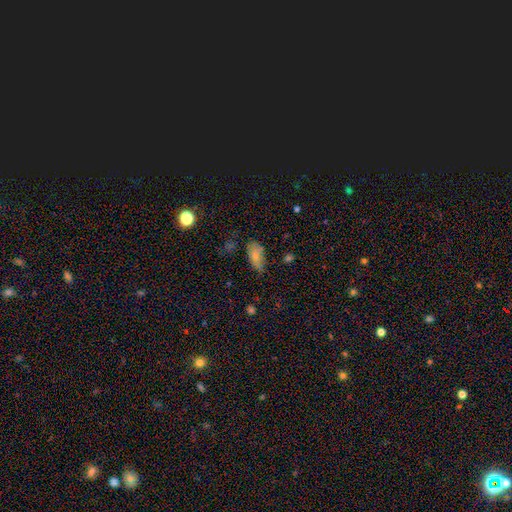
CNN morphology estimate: This is likely a smooth galaxy (75%). How rounded: clearly in between (91%). Merging: possibly none (51%).